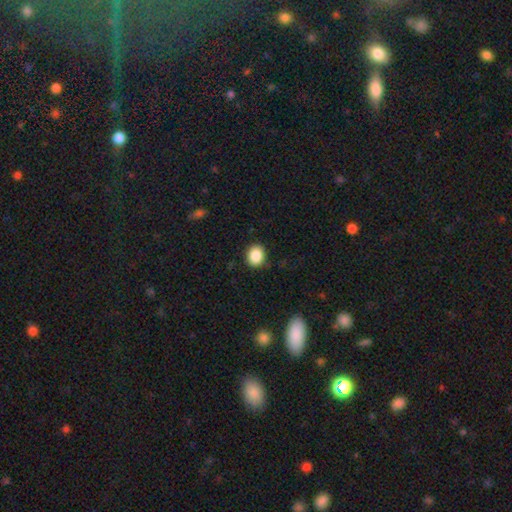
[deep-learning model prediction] smooth-or-featured: smooth: 88% | star or artifact: 9% | featured or disk: 4%
  how-rounded: round: 61% | in between: 38% | cigar-shaped: 1%
  merging: none: 89% | minor disturbance: 8% | major disturbance: 2% | merger: 1%